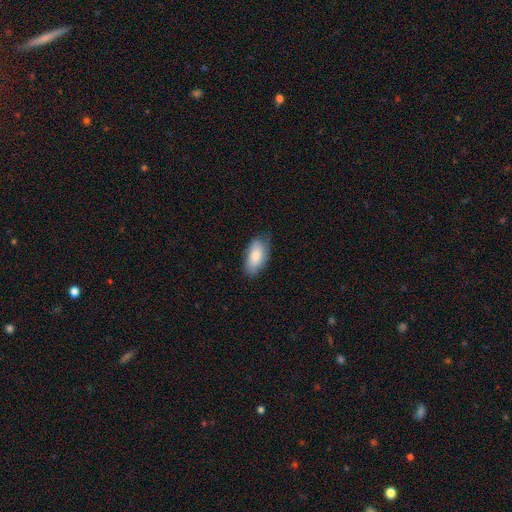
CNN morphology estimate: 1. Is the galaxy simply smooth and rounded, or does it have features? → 83% smooth, 11% featured or disk, 6% star or artifact.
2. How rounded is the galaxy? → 91% in between, 6% cigar-shaped, 2% round.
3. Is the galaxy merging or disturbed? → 75% none, 20% minor disturbance, 4% major disturbance, 1% merger.